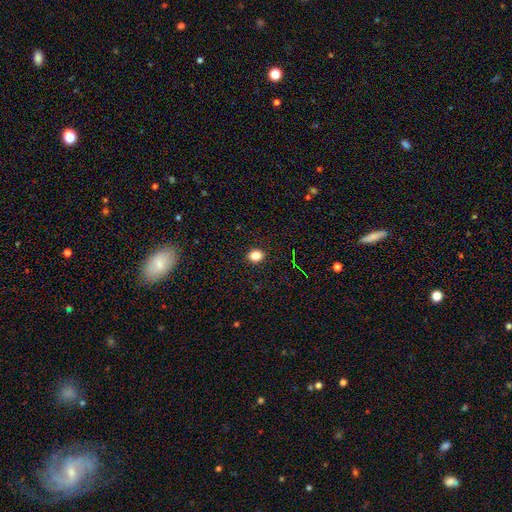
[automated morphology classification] Smooth or featured? smooth (84%)
How rounded? round (53%)
Merging? none (90%)